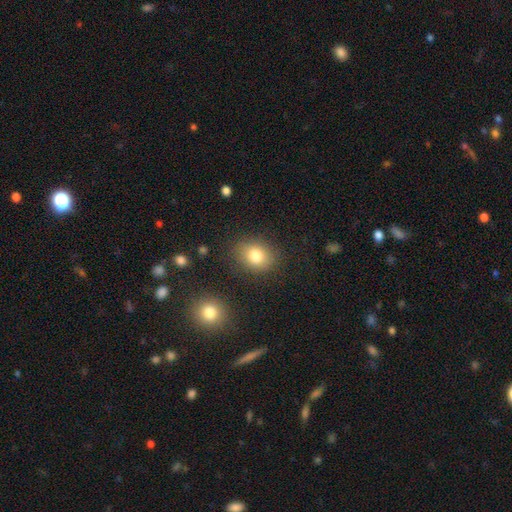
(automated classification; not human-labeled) Smooth or featured: smooth — 80% (star or artifact — 10%)
How rounded: in between — 52% (round — 47%)
Merging: none — 83% (minor disturbance — 11%)